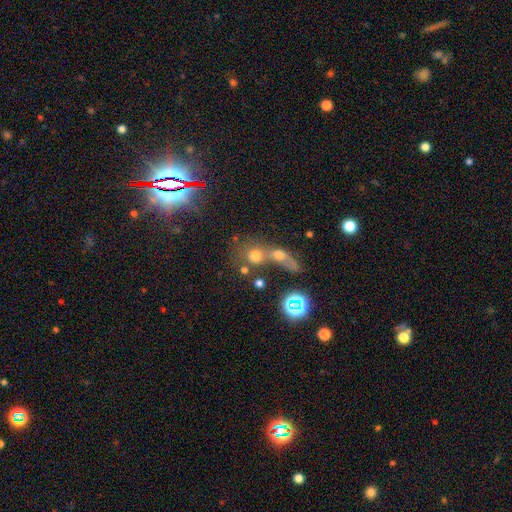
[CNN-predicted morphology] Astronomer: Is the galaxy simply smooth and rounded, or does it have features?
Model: smooth — 62%.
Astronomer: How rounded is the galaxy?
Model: round — 77%.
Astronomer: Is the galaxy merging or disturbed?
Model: merger — 56%.